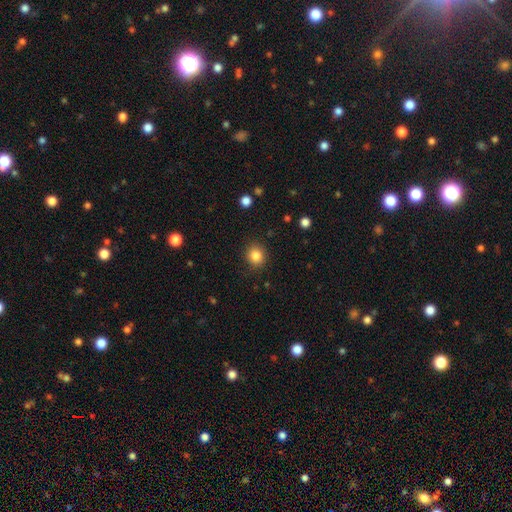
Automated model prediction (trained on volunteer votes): smooth-or-featured: smooth: 85% | star or artifact: 11% | featured or disk: 5%
  how-rounded: round: 82% | in between: 17% | cigar-shaped: 1%
  merging: none: 89% | minor disturbance: 7% | major disturbance: 3% | merger: 1%